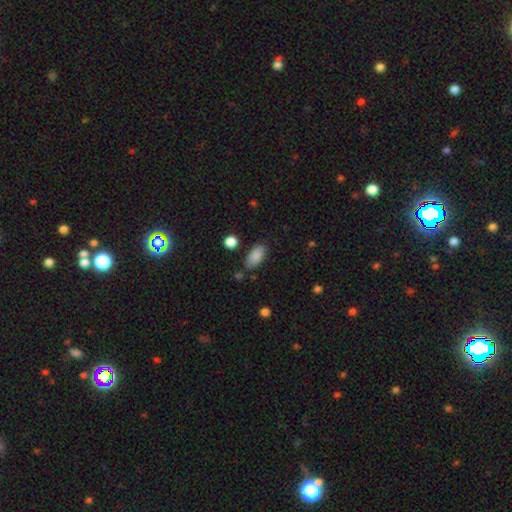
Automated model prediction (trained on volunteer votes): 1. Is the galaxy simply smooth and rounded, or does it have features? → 88% smooth, 8% star or artifact, 5% featured or disk.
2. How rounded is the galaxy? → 92% in between, 5% cigar-shaped, 3% round.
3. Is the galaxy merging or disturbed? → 77% none, 15% minor disturbance, 4% merger, 4% major disturbance.